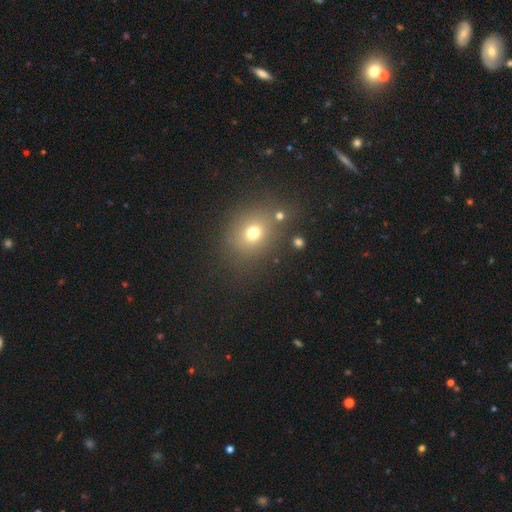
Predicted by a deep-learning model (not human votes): Morphology: type=smooth (59%); roundness=round (67%); merging=none (80%).